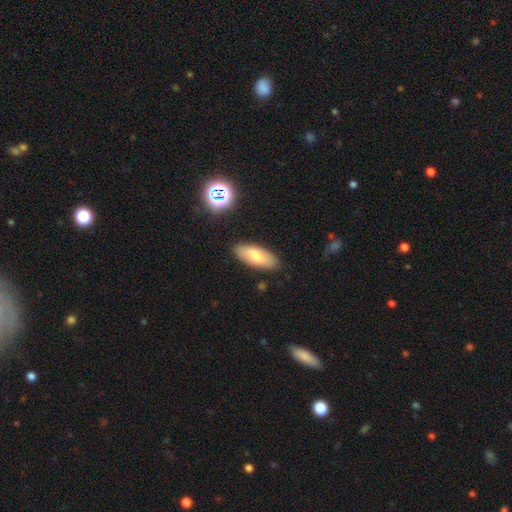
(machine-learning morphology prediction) Smooth or featured? Predicted: smooth (p=0.74). How rounded? Predicted: in between (p=0.82). Merging? Predicted: none (p=0.86).